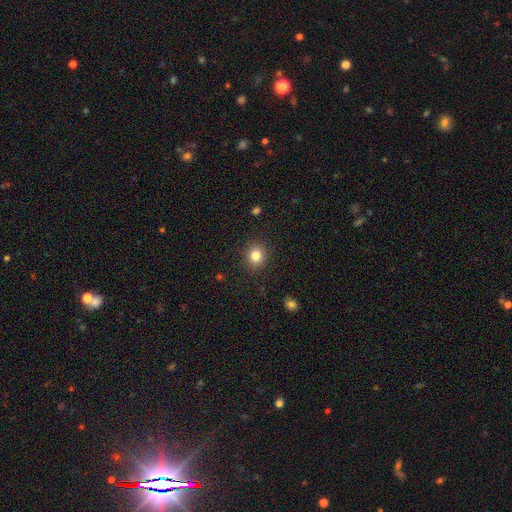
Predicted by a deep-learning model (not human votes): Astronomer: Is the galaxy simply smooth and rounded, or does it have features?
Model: smooth — 82%.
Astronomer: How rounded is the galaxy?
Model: round — 81%.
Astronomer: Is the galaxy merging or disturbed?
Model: none — 90%.